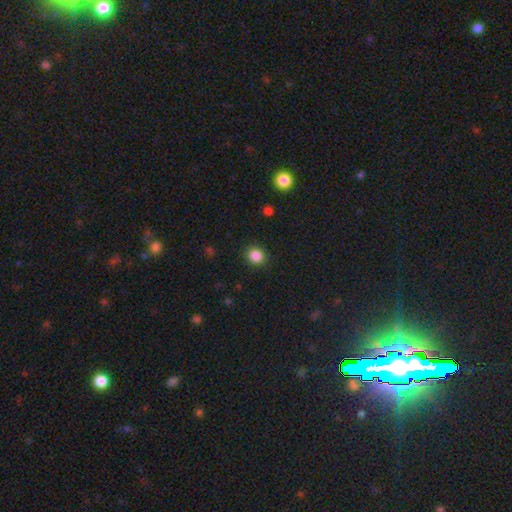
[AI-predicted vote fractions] Smooth or featured? smooth (86%)
How rounded? round (81%)
Merging? none (90%)